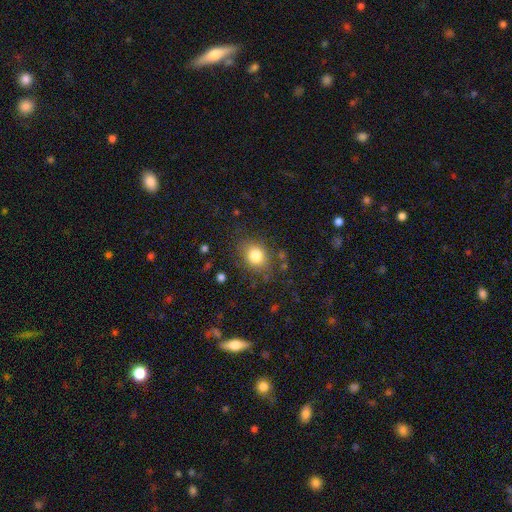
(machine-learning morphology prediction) The model was most divided on "how rounded": round: 56%, in between: 43%, cigar-shaped: 1%. More confident: smooth or featured — smooth (82%); merging — none (78%).